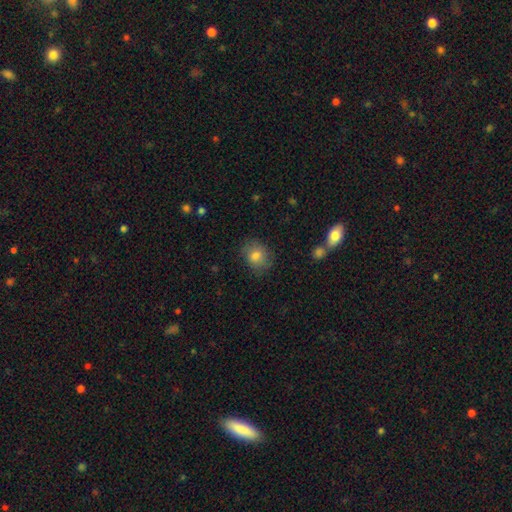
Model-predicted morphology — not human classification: Overall: smooth (80%). How rounded: round (61%; in between 38%). Merging: none (79%).